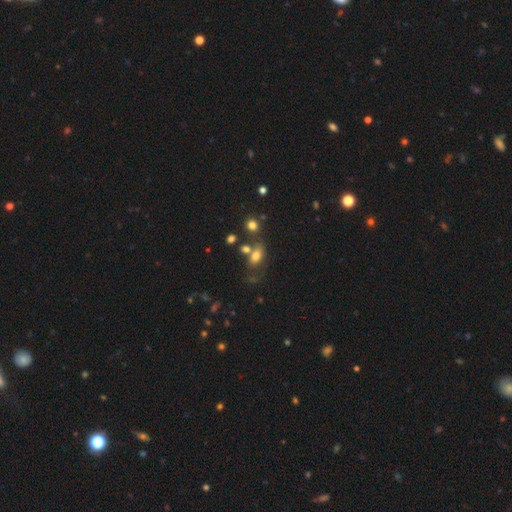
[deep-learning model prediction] A smooth galaxy with no disk features (73%) that is in between round and cigar-shaped (82%).

Vote fractions:
- Smooth or featured? smooth: 73% / featured or disk: 15% / star or artifact: 12%
- How rounded? in between: 82% / round: 13% / cigar-shaped: 5%
- Merging? none: 45% / merger: 25% / minor disturbance: 18% / major disturbance: 12%